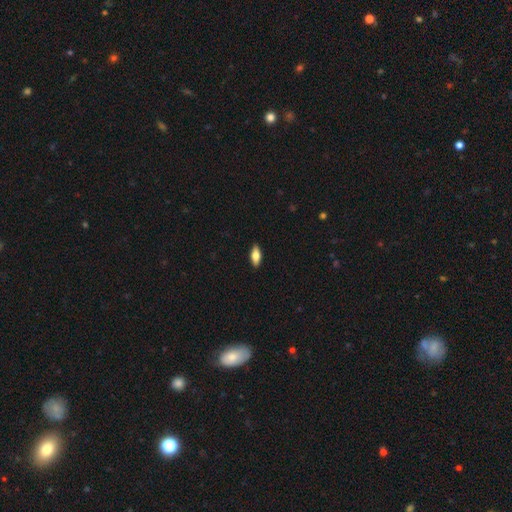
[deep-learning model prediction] A smooth galaxy with no disk features (68%) that is in between round and cigar-shaped (76%). Merging: none (90%).